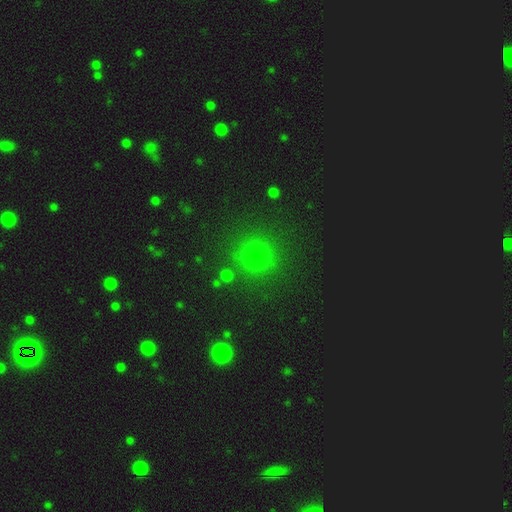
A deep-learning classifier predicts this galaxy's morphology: Smooth or featured? Predicted: smooth (p=0.74). How rounded? Predicted: round (p=0.93). Merging? Predicted: none (p=0.87).